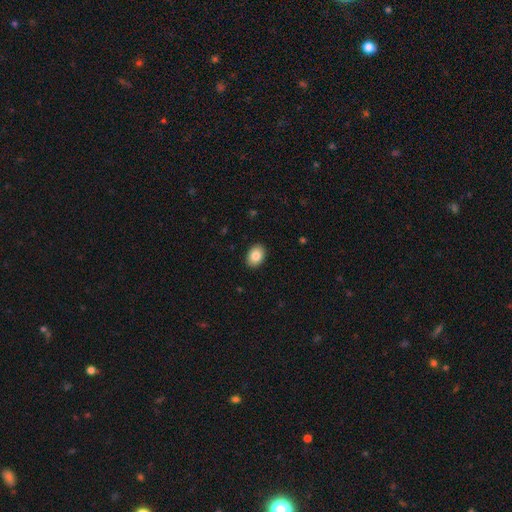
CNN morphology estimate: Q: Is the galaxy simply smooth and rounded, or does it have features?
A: smooth — 85%.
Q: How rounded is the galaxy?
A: in between — 76%.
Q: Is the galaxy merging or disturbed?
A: none — 91%.